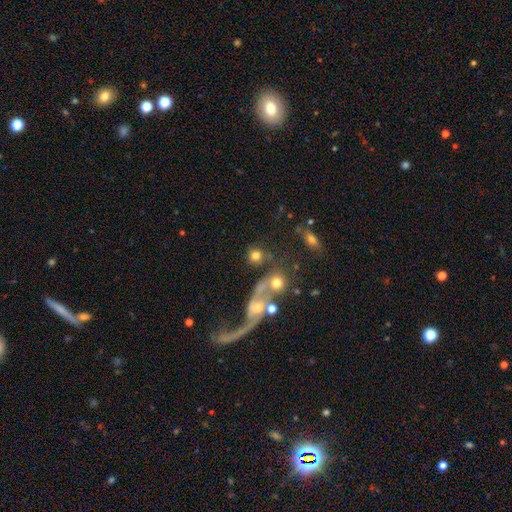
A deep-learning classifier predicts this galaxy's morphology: smooth 71%, featured or disk 18%, star or artifact 10%. Down the decision tree: how rounded — round (84%); merging — none (55%).